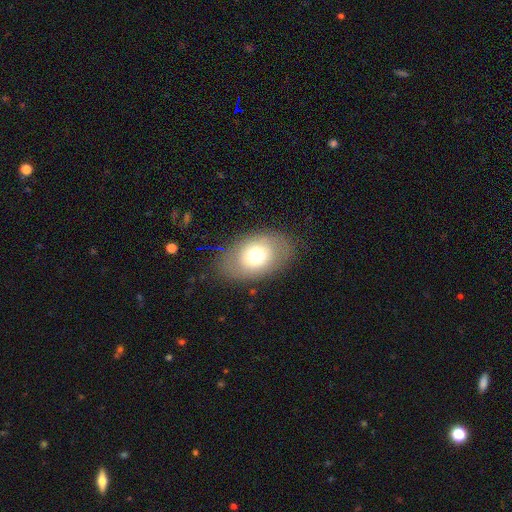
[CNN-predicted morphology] A smooth galaxy with no disk features (69%) that is in between round and cigar-shaped (82%).

Vote fractions:
- Smooth or featured? smooth: 69% / featured or disk: 21% / star or artifact: 10%
- How rounded? in between: 82% / round: 17% / cigar-shaped: 1%
- Merging? none: 80% / minor disturbance: 13% / major disturbance: 6% / merger: 1%